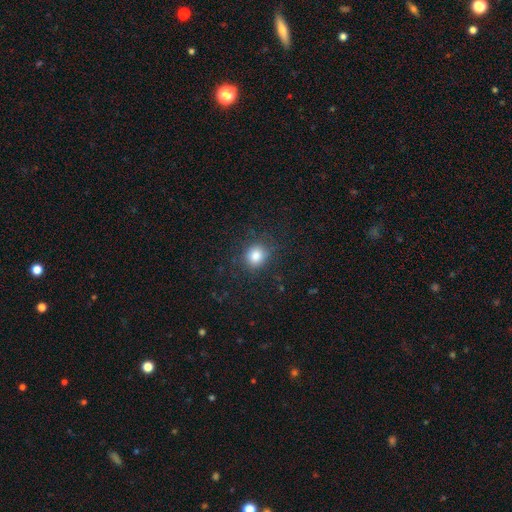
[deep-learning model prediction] Smooth or featured? smooth (83%)
How rounded? round (78%)
Merging? none (84%)